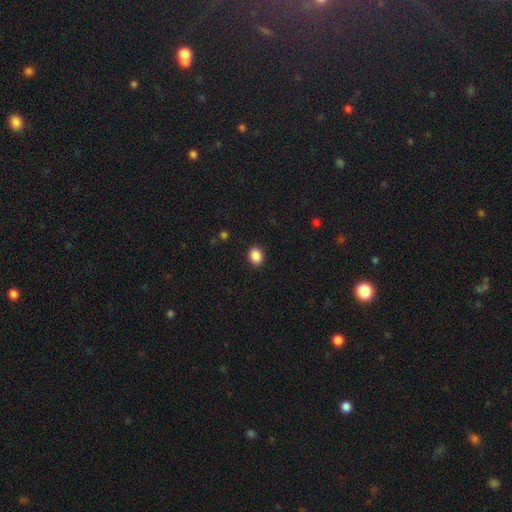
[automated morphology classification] This is clearly a smooth galaxy (88%). How rounded: possibly in between (55%). Merging: clearly none (90%).